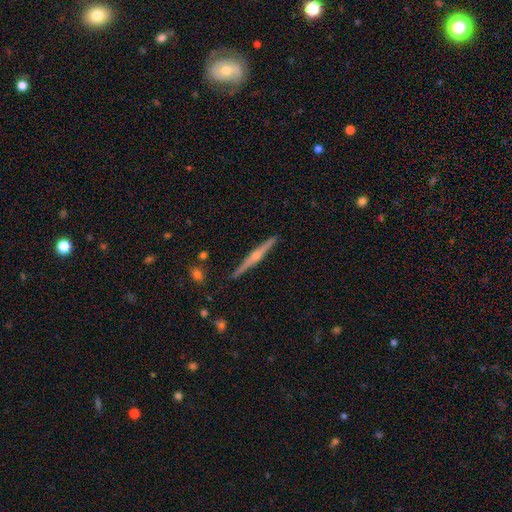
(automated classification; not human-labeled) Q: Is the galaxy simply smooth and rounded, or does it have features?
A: featured or disk — 76%.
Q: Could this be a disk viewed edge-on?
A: yes — 98%.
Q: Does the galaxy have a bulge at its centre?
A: rounded — 80%.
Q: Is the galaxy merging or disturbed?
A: none — 90%.